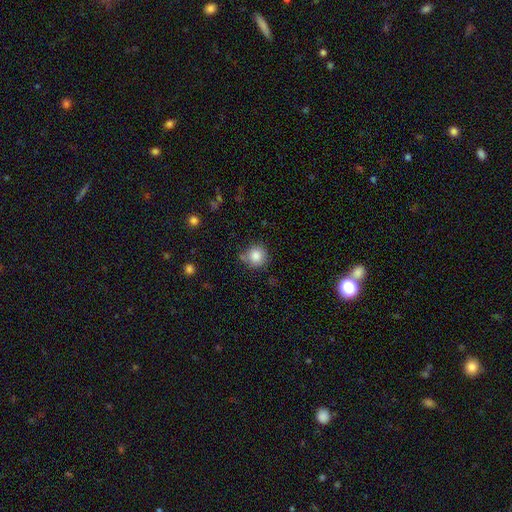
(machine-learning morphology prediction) Overall: smooth (84%). How rounded: round (92%). Merging: none (75%).